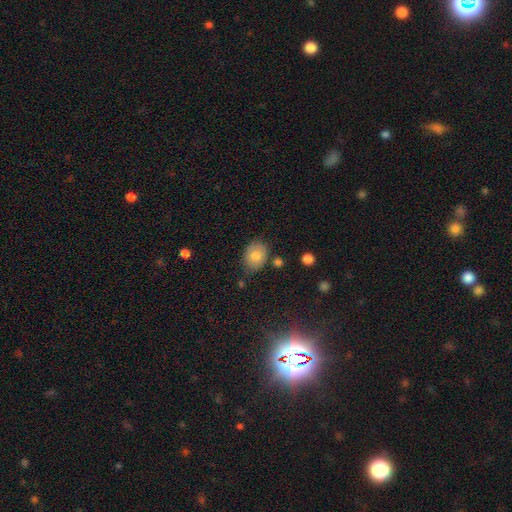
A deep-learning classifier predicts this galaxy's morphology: Q: Smooth or featured?
A: smooth (76%); runner-up: featured or disk (14%)
Q: How rounded?
A: in between (50%); runner-up: round (49%)
Q: Merging?
A: none (75%); runner-up: minor disturbance (17%)